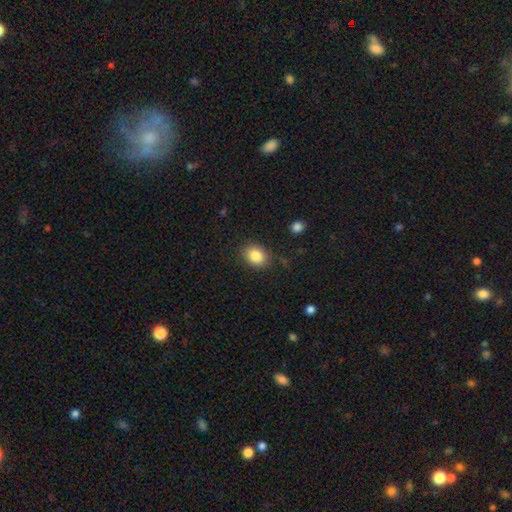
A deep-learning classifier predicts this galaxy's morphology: smooth_or_featured: smooth (p=0.85) [alt: star or artifact p=0.09]
how_rounded: in between (p=0.56) [alt: round p=0.44]
merging: none (p=0.84) [alt: minor disturbance p=0.11]